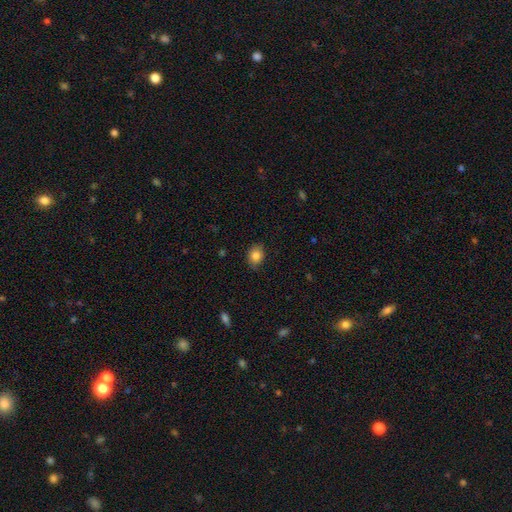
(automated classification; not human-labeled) Smooth or featured: smooth — 83% (star or artifact — 9%)
How rounded: in between — 56% (round — 43%)
Merging: none — 80% (minor disturbance — 16%)